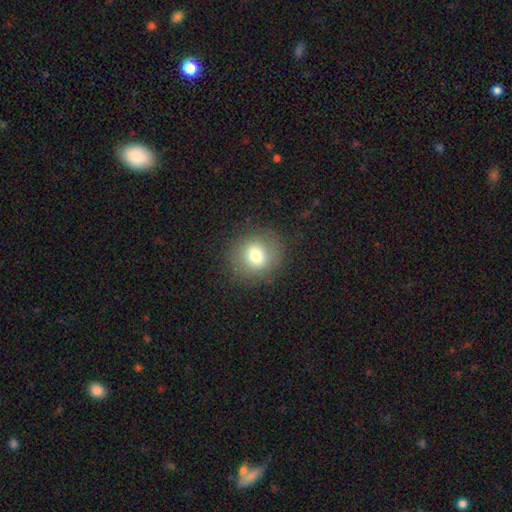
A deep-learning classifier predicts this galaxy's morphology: Overall: smooth (74%). How rounded: round (86%). Merging: none (87%).